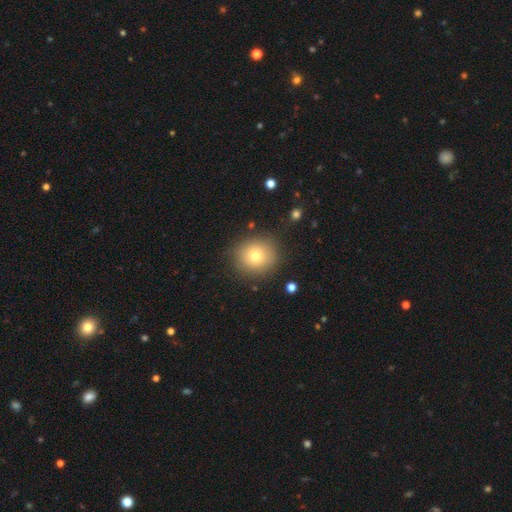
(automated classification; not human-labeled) Overall: smooth (75%). How rounded: round (88%). Merging: none (87%).